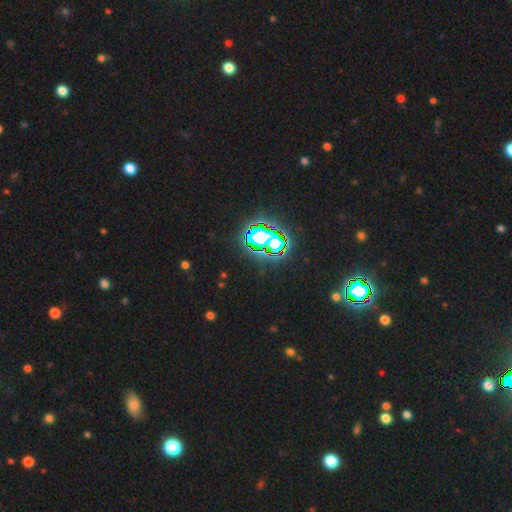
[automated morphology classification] type=star or artifact (82%).